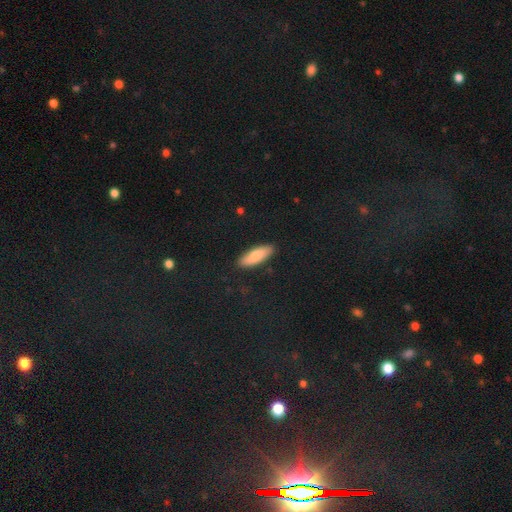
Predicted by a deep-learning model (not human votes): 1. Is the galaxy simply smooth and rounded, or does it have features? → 79% smooth, 15% featured or disk, 6% star or artifact.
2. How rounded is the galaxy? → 56% in between, 42% cigar-shaped, 2% round.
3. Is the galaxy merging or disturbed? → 88% none, 9% minor disturbance, 2% major disturbance, 1% merger.